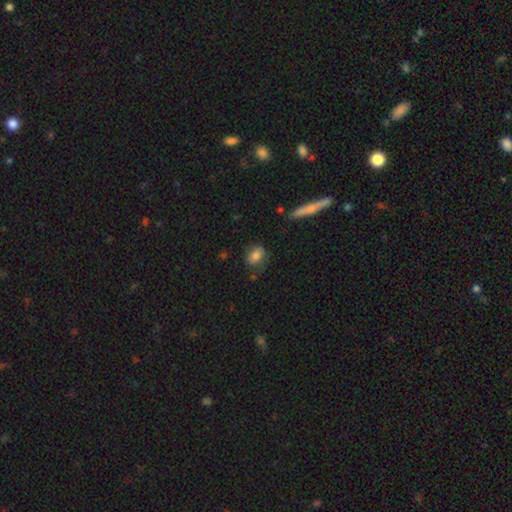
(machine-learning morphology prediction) This is likely a smooth galaxy (74%). How rounded: likely in between (68%). Merging: likely none (60%).